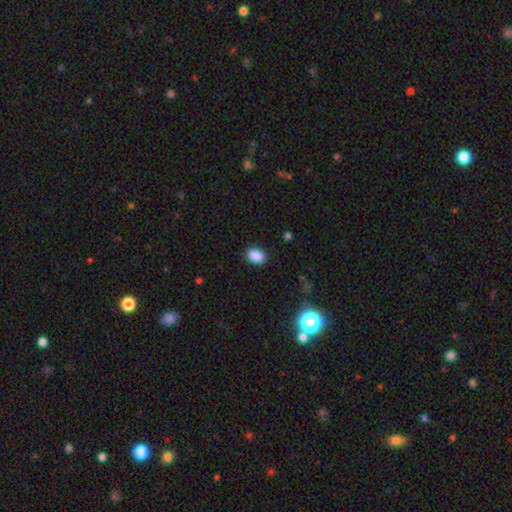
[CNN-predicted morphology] type=smooth (88%); roundness=in between (79%); merging=none (87%).